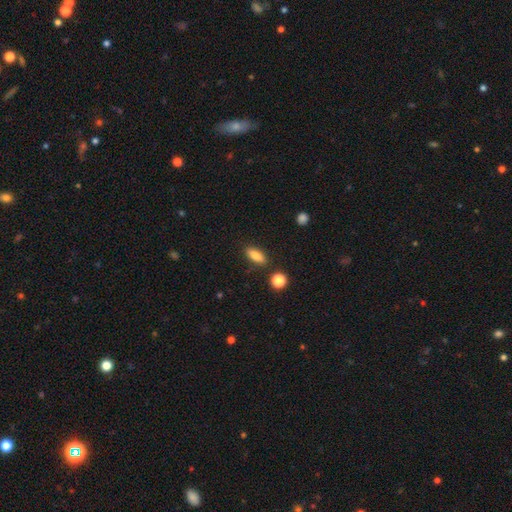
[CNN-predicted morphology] Smooth or featured? smooth (83%)
How rounded? in between (69%)
Merging? none (86%)